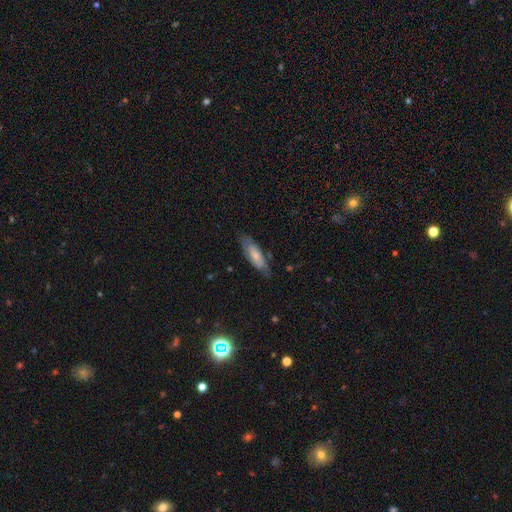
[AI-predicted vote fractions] This is likely a smooth galaxy (65%). How rounded: likely in between (61%). Merging: likely none (70%).